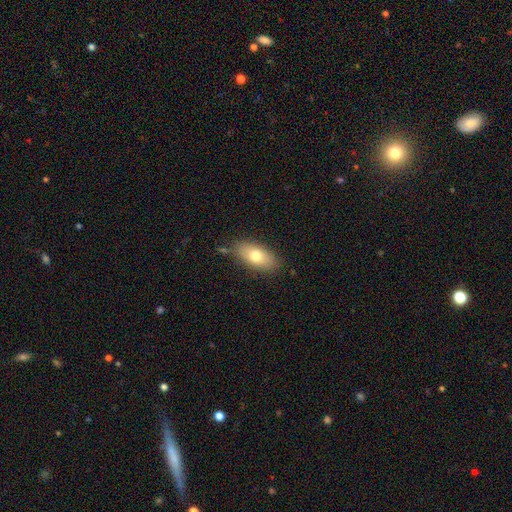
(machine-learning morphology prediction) Smooth or featured? Predicted: smooth (p=0.74). How rounded? Predicted: in between (p=0.86). Merging? Predicted: none (p=0.81).